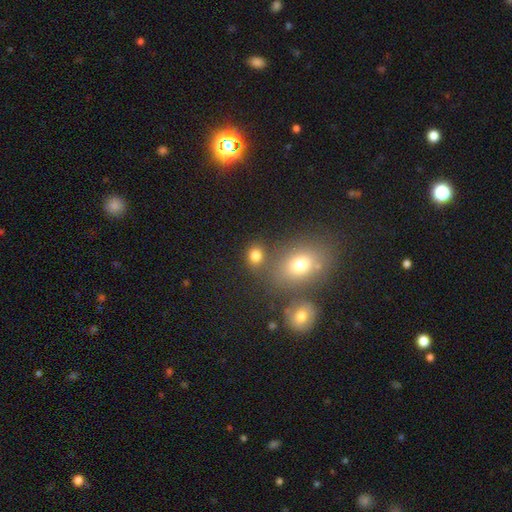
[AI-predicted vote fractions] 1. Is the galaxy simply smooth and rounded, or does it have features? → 78% smooth, 15% star or artifact, 7% featured or disk.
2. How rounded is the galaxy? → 57% round, 42% in between, 1% cigar-shaped.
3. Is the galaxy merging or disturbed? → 68% none, 17% merger, 11% minor disturbance, 5% major disturbance.